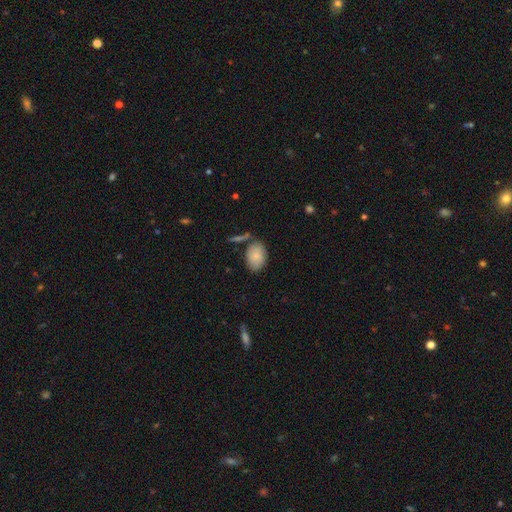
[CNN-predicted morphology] Smooth or featured: smooth — 81% (featured or disk — 12%)
How rounded: in between — 84% (round — 15%)
Merging: none — 69% (minor disturbance — 18%)